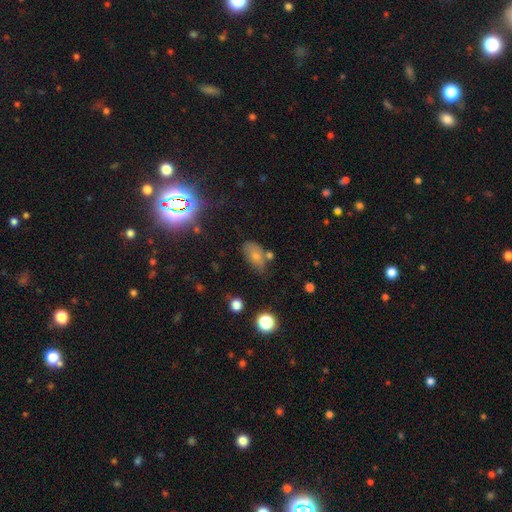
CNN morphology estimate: Overall: smooth (73%). How rounded: in between (89%). Merging: none (51%; minor disturbance 28%).